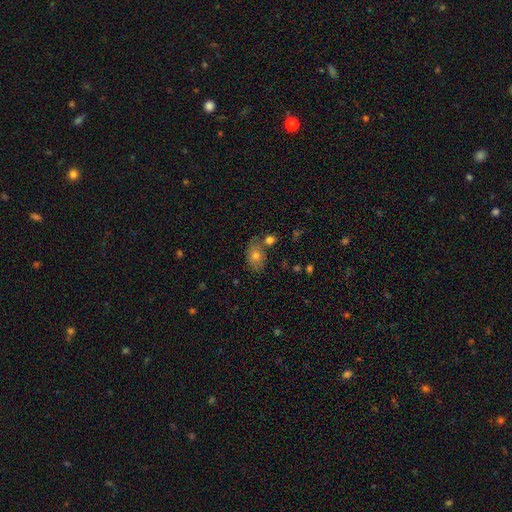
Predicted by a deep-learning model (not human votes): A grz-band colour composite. It shows a smooth galaxy with no disk features (72%) that is in between round and cigar-shaped (74%). Merging: none (64%).